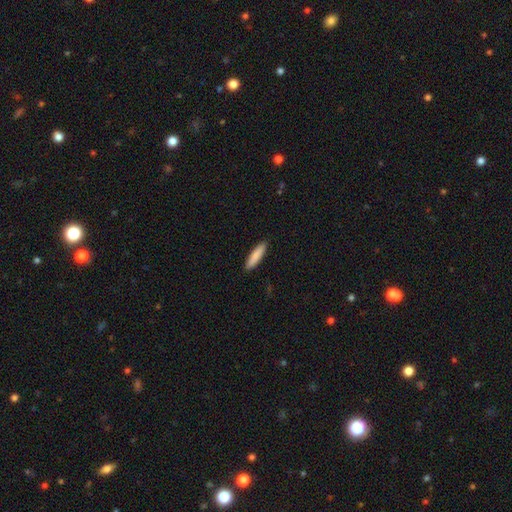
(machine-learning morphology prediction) Overall: smooth (87%). How rounded: cigar-shaped (79%). Merging: none (91%).